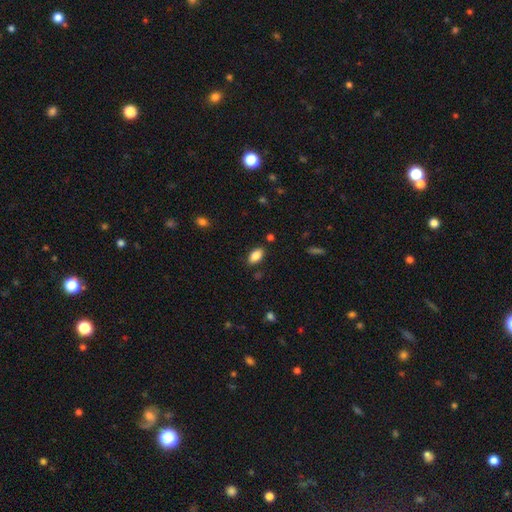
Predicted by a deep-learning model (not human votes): smooth-or-featured: smooth: 85% | star or artifact: 8% | featured or disk: 7%
  how-rounded: in between: 92% | round: 4% | cigar-shaped: 4%
  merging: none: 85% | minor disturbance: 10% | major disturbance: 3% | merger: 2%